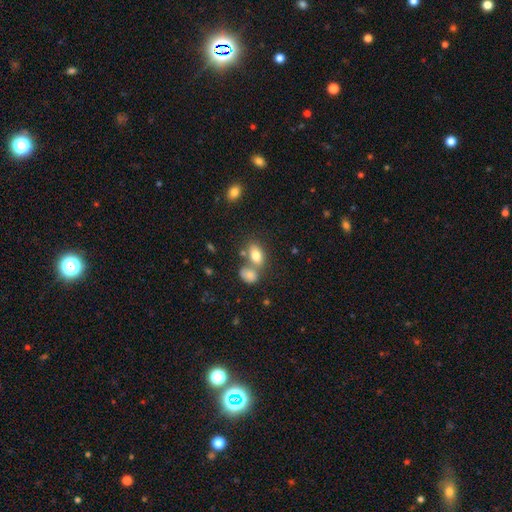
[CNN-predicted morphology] Overall: smooth (79%). How rounded: in between (85%). Merging: none (46%; merger 38%).